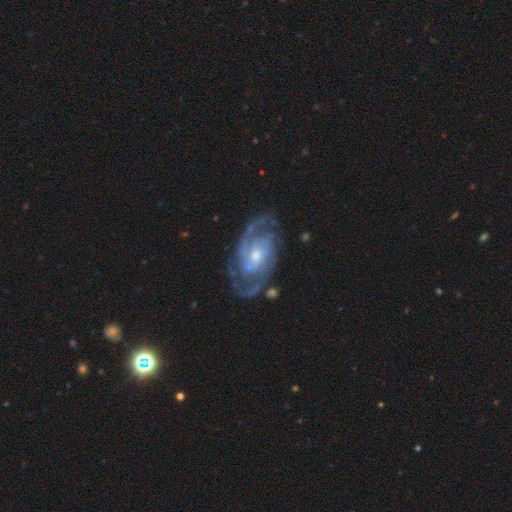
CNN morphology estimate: The model was most divided on "bulge size" (2-way tie): small: 47%, moderate: 47%, large: 3%, none: 2%, dominant: 1%. More confident: spiral arms — yes (97%); edge-on disk — no (96%); smooth or featured — featured or disk (91%); merging — none (74%); bar — no (58%); spiral arm count — 2 (54%); spiral winding — tight (52%).